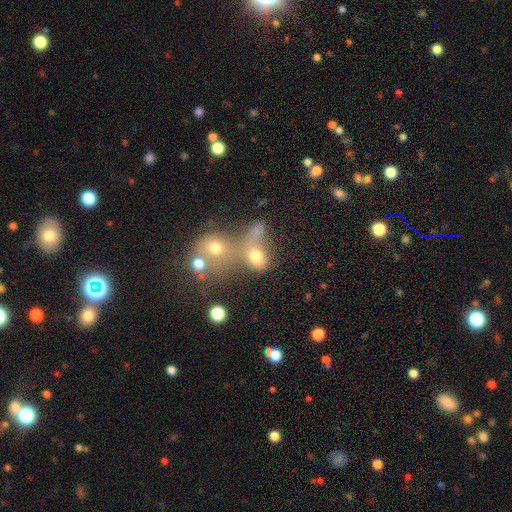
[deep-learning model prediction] smooth 63%, star or artifact 19%, featured or disk 18%. Down the decision tree: how rounded — round (49%); merging — merger (56%).